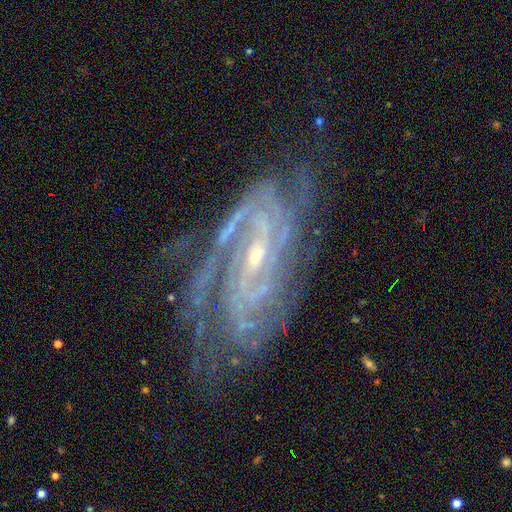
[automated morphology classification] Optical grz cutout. It shows a featured or disk galaxy (89%) with a weak bar (40%), 2 (31%) tight (60%) spiral arms (98%) and a small central bulge (78%). Merging: none (72%).